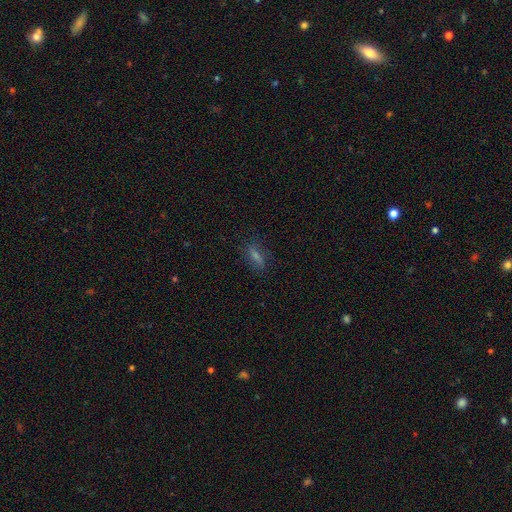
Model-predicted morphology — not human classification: Q: Smooth or featured?
A: smooth (54%); runner-up: featured or disk (24%)
Q: How rounded?
A: cigar-shaped (52%); runner-up: in between (41%)
Q: Merging?
A: none (79%); runner-up: minor disturbance (14%)